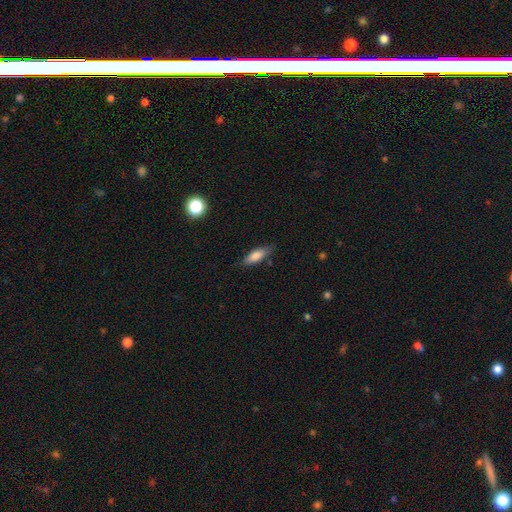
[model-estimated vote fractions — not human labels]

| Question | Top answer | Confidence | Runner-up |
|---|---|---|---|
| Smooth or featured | smooth | 78% | featured or disk (15%) |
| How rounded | in between | 52% | cigar-shaped (46%) |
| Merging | none | 81% | minor disturbance (15%) |